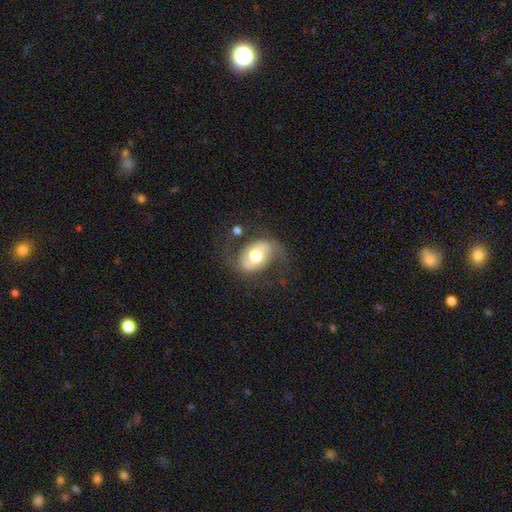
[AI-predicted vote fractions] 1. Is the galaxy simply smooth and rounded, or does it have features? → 54% featured or disk, 39% smooth, 7% star or artifact.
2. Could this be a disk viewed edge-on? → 94% no, 6% yes.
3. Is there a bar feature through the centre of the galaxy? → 40% no, 32% weak, 28% strong.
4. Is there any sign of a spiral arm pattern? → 62% yes, 38% no.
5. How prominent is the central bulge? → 70% moderate, 20% large, 7% small, 2% dominant, 1% none.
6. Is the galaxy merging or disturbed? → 61% none, 20% minor disturbance, 16% major disturbance, 3% merger.